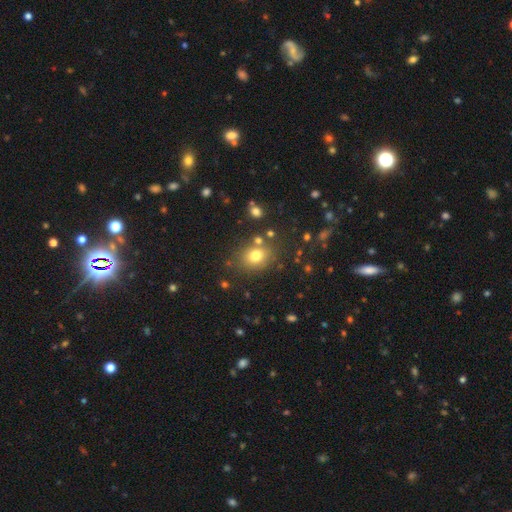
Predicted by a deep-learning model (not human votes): The model was most divided on "how rounded": round: 58%, in between: 41%, cigar-shaped: 1%. More confident: merging — none (78%); smooth or featured — smooth (75%).